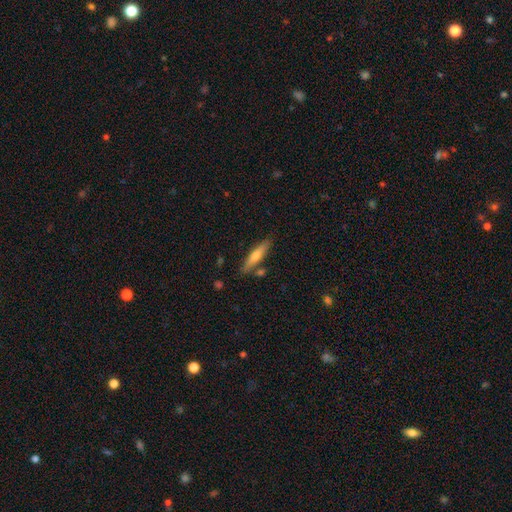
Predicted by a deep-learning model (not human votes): Smooth or featured: smooth — 47% (featured or disk — 46%)
Merging: none — 83% (minor disturbance — 10%)